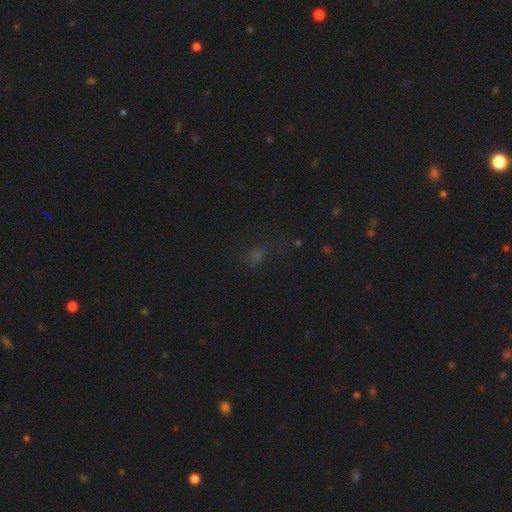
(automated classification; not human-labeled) This appears to be a smooth galaxy with no disk features (46%). Merging: none (67%).